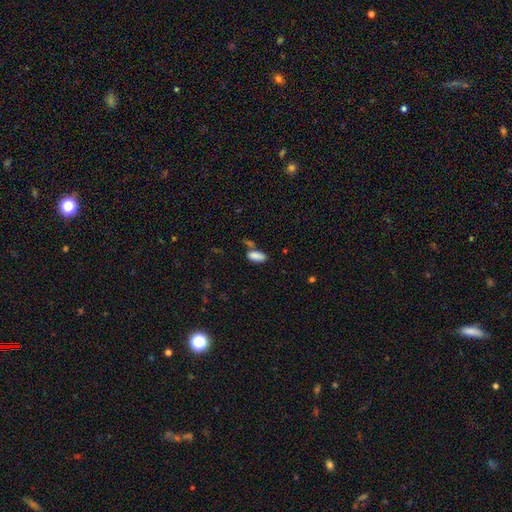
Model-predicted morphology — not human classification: smooth_or_featured: smooth (p=0.86) [alt: star or artifact p=0.08]
how_rounded: in between (p=0.86) [alt: cigar-shaped p=0.11]
merging: none (p=0.54) [alt: merger p=0.23]